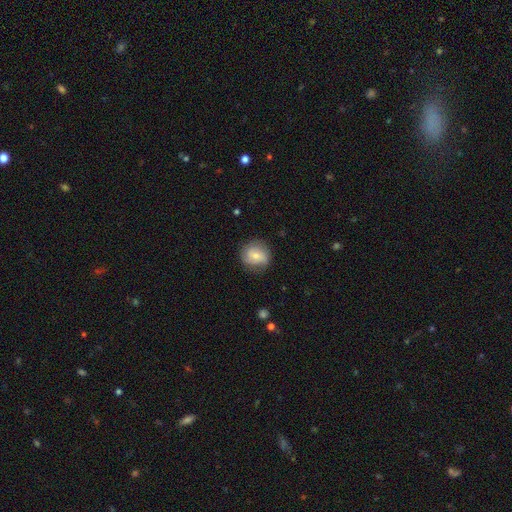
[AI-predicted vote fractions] smooth-or-featured: smooth: 55% | featured or disk: 38% | star or artifact: 8%
  how-rounded: round: 84% | in between: 15% | cigar-shaped: 1%
  merging: none: 77% | minor disturbance: 16% | major disturbance: 5% | merger: 1%